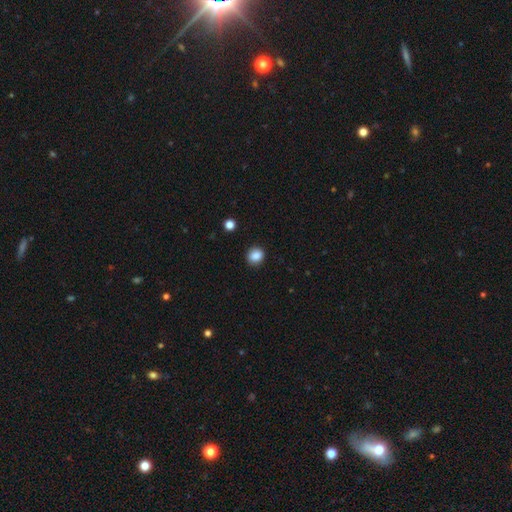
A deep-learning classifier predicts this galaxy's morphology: The model was most divided on "how rounded": round: 79%, in between: 20%, cigar-shaped: 1%. More confident: merging — none (90%); smooth or featured — smooth (86%).